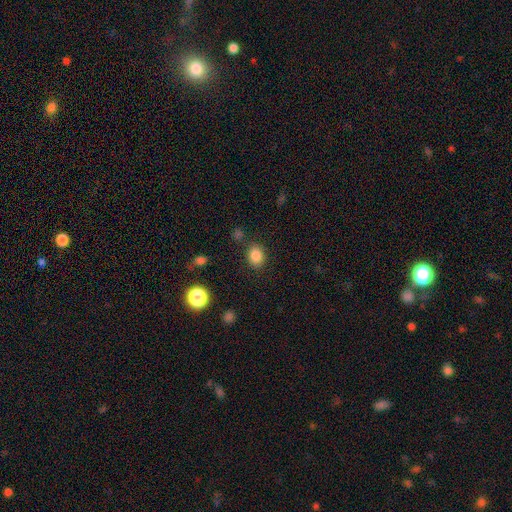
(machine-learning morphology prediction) This is clearly a smooth galaxy (84%). How rounded: possibly in between (56%). Merging: clearly none (81%).